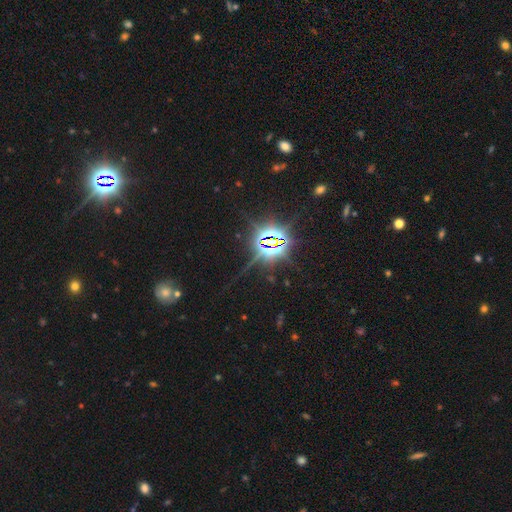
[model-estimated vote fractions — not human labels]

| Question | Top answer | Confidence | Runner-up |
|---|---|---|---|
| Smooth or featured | star or artifact | 83% | smooth (11%) |